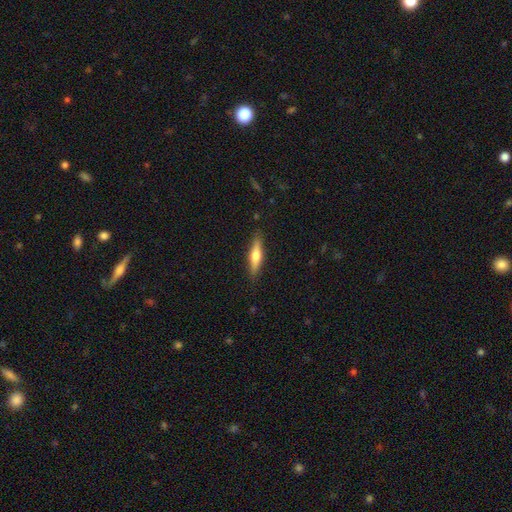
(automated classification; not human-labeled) A smooth galaxy with no disk features (52%) that is cigar-shaped (75%).

Vote fractions:
- Smooth or featured? smooth: 52% / featured or disk: 43% / star or artifact: 6%
- How rounded? cigar-shaped: 75% / in between: 23% / round: 2%
- Merging? none: 87% / minor disturbance: 9% / major disturbance: 2% / merger: 1%